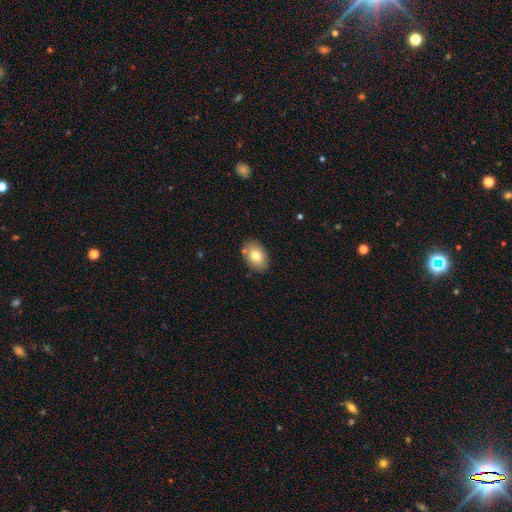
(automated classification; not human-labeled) smooth-or-featured: smooth: 77% | featured or disk: 15% | star or artifact: 8%
  how-rounded: in between: 84% | round: 15% | cigar-shaped: 1%
  merging: none: 82% | minor disturbance: 12% | merger: 4% | major disturbance: 2%